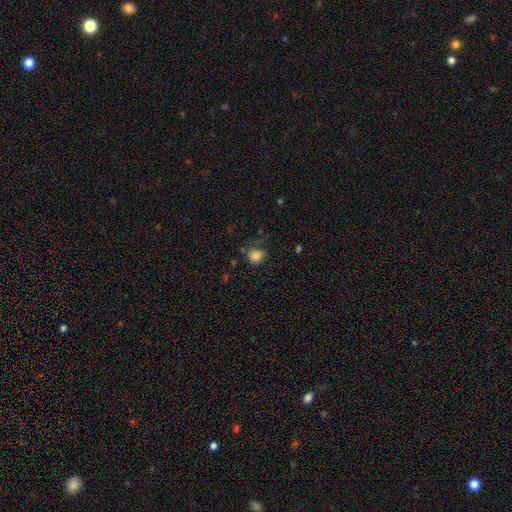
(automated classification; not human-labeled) This is clearly a smooth galaxy (81%). How rounded: likely round (71%). Merging: likely none (69%).